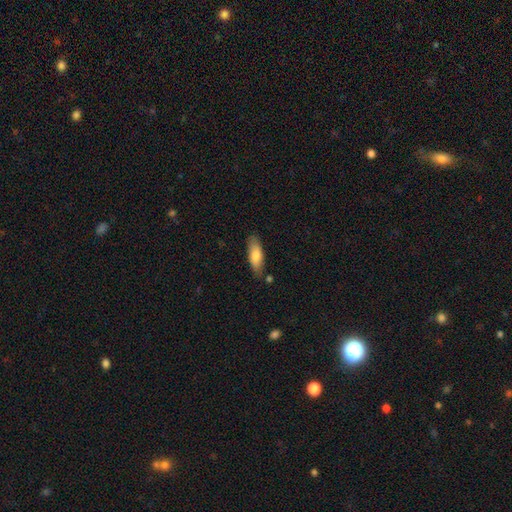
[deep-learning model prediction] A smooth galaxy with no disk features (80%) that is in between round and cigar-shaped (64%).

Vote fractions:
- Smooth or featured? smooth: 80% / featured or disk: 14% / star or artifact: 6%
- How rounded? in between: 64% / cigar-shaped: 34% / round: 2%
- Merging? none: 78% / minor disturbance: 15% / merger: 4% / major disturbance: 3%